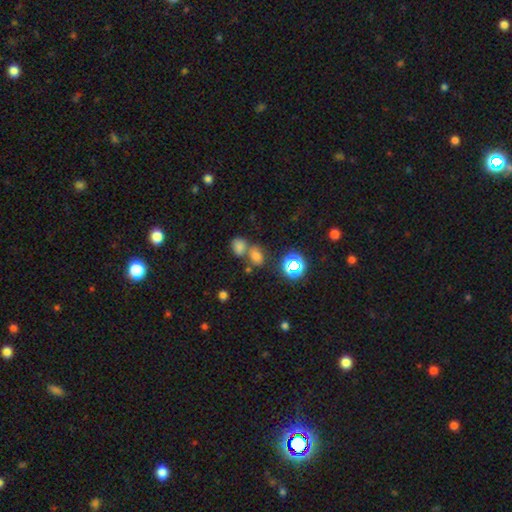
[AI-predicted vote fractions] This appears to be a smooth galaxy with no disk features (65%) that is in between round and cigar-shaped (56%). Merging: none (44%, tied with merger).